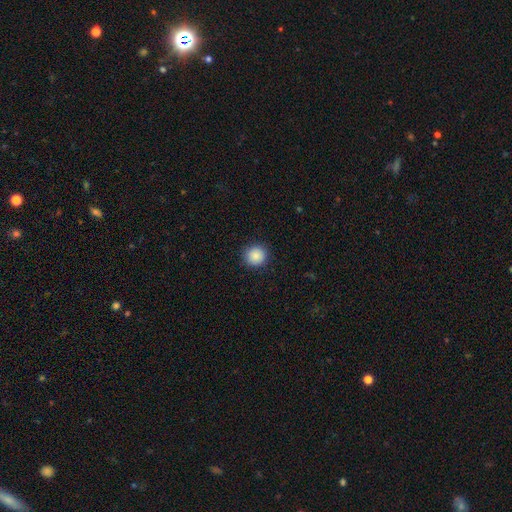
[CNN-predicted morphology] smooth-or-featured: smooth: 87% | star or artifact: 9% | featured or disk: 4%
  how-rounded: round: 92% | in between: 7% | cigar-shaped: 1%
  merging: none: 91% | minor disturbance: 6% | major disturbance: 2% | merger: 1%